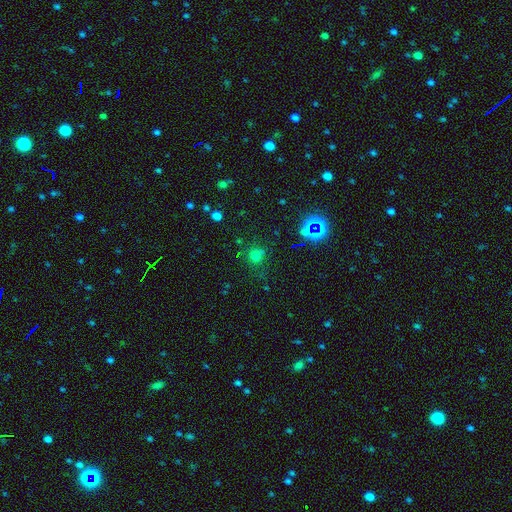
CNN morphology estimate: A smooth galaxy with no disk features (64%) that is round (90%).

Vote fractions:
- Smooth or featured? smooth: 64% / star or artifact: 29% / featured or disk: 7%
- How rounded? round: 90% / in between: 9% / cigar-shaped: 1%
- Merging? none: 76% / minor disturbance: 12% / merger: 6% / major disturbance: 5%